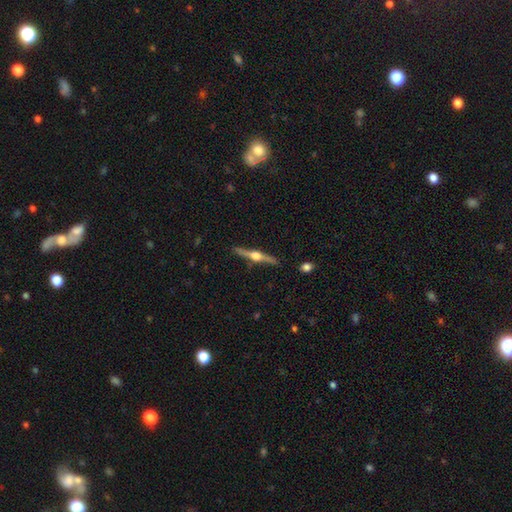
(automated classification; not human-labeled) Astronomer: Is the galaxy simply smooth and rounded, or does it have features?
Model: featured or disk — 81%.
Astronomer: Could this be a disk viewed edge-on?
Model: yes — 98%.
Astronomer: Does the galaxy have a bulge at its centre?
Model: rounded — 96%.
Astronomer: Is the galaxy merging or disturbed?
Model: none — 89%.